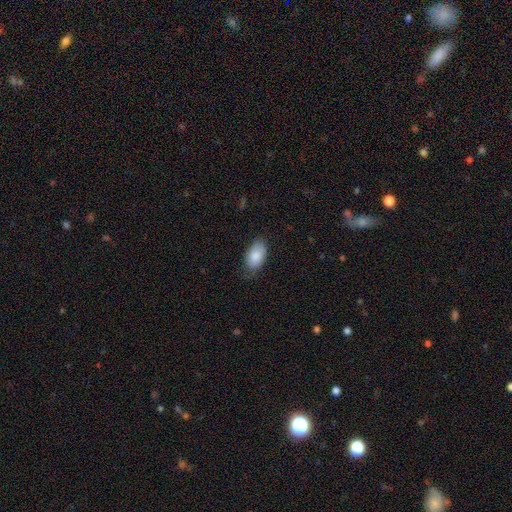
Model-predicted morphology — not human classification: Overall: smooth (86%). How rounded: in between (94%). Merging: none (72%).